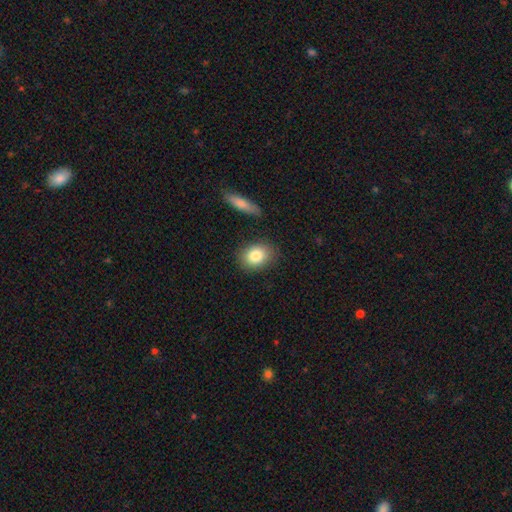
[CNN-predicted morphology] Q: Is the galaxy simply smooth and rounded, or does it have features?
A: smooth — 83%.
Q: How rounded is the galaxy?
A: in between — 64%.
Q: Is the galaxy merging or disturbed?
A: none — 83%.